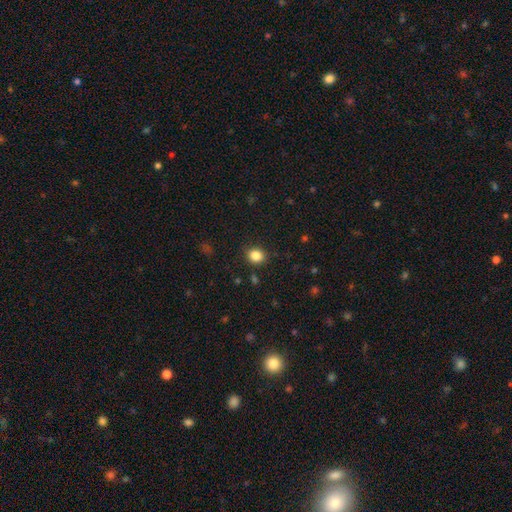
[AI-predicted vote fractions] A smooth galaxy with no disk features (84%) that is round (69%).

Vote fractions:
- Smooth or featured? smooth: 84% / star or artifact: 11% / featured or disk: 5%
- How rounded? round: 69% / in between: 30% / cigar-shaped: 1%
- Merging? none: 88% / minor disturbance: 8% / major disturbance: 2% / merger: 2%